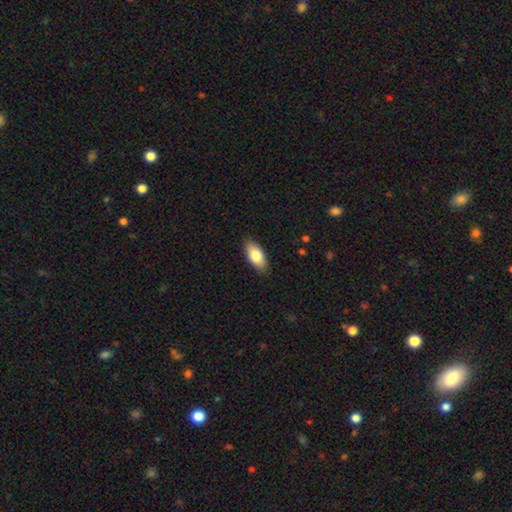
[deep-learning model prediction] Smooth or featured?
  - smooth: 80% *
  - featured or disk: 14%
  - star or artifact: 6%
How rounded?
  - in between: 89% *
  - cigar-shaped: 8%
  - round: 3%
Merging?
  - none: 87% *
  - minor disturbance: 10%
  - major disturbance: 2%
  - merger: 1%